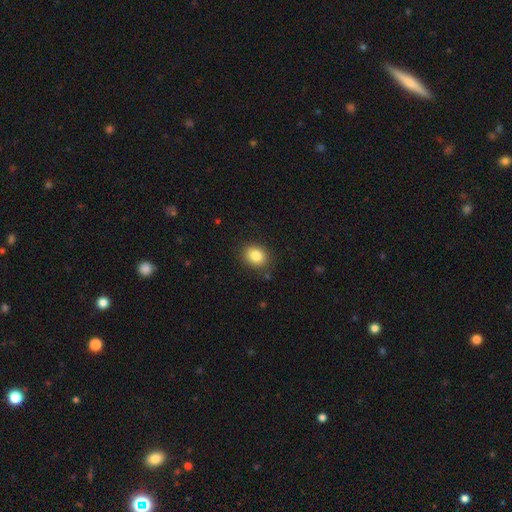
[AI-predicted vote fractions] Q: Smooth or featured?
A: smooth (84%); runner-up: star or artifact (9%)
Q: How rounded?
A: in between (52%); runner-up: round (47%)
Q: Merging?
A: none (86%); runner-up: minor disturbance (10%)